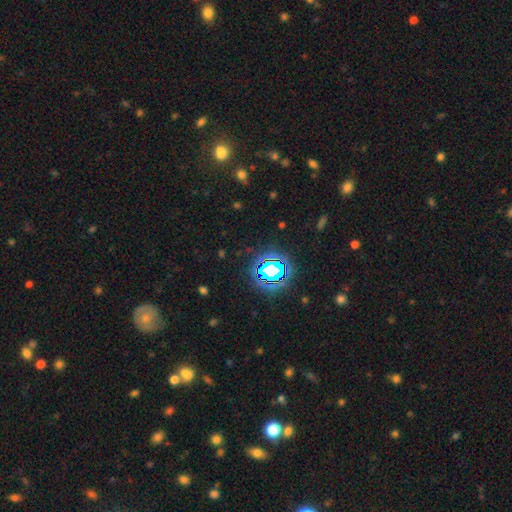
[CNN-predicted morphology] Smooth or featured? star or artifact (74%)